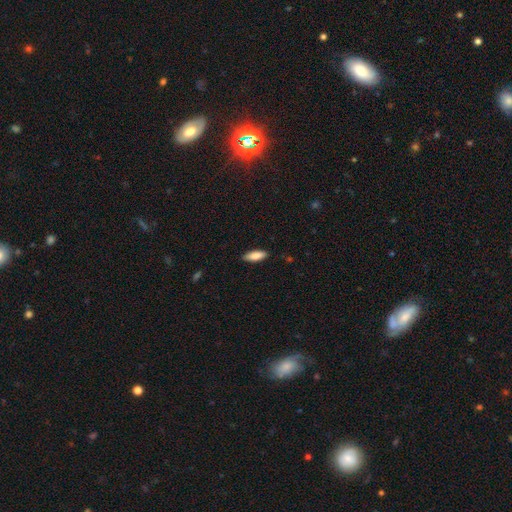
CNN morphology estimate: A smooth galaxy with no disk features (86%) that is in between round and cigar-shaped (66%). Merging: none (87%).